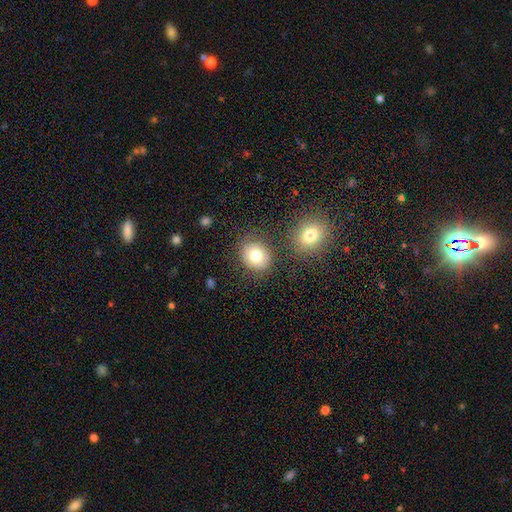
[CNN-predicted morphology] smooth 81%, featured or disk 10%, star or artifact 9%. Down the decision tree: how rounded — round (71%); merging — none (76%).